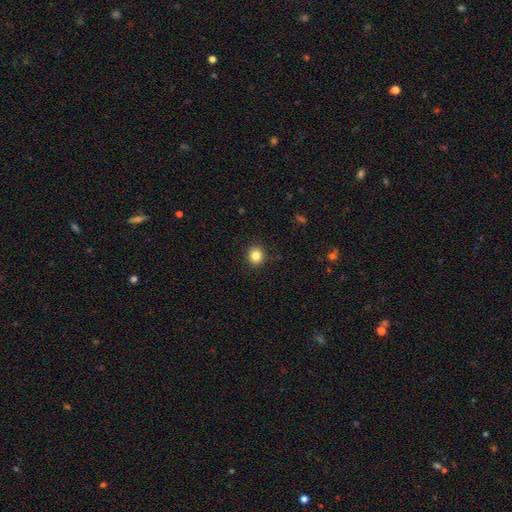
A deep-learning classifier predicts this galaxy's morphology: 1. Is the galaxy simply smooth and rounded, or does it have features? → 84% smooth, 11% star or artifact, 5% featured or disk.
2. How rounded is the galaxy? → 86% round, 13% in between, 1% cigar-shaped.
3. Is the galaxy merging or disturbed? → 91% none, 6% minor disturbance, 2% major disturbance, 1% merger.